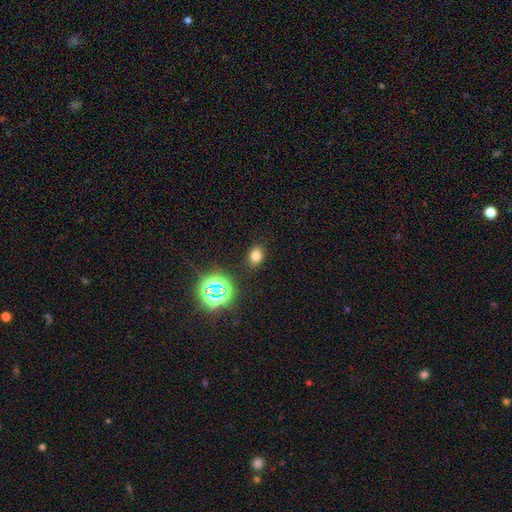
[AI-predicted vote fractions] The model was most divided on "how rounded": in between: 65%, round: 34%, cigar-shaped: 1%. More confident: merging — none (85%); smooth or featured — smooth (72%).